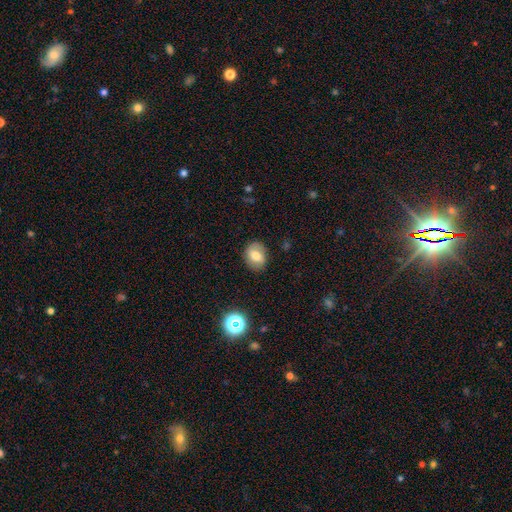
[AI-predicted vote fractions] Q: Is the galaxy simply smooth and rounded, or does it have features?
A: smooth — 67%.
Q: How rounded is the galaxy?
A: in between — 51%.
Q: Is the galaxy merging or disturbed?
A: none — 83%.